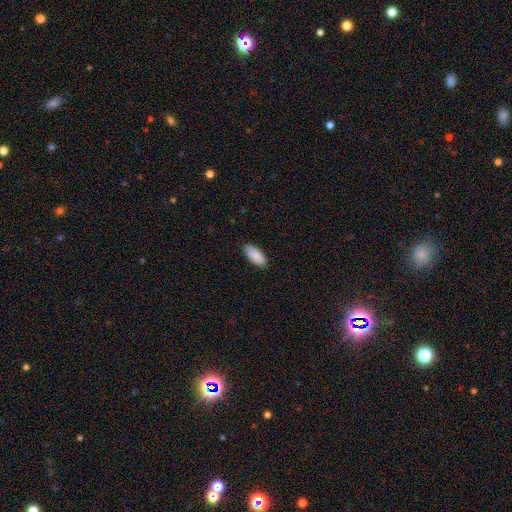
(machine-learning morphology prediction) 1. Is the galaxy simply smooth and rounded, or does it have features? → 87% smooth, 7% featured or disk, 6% star or artifact.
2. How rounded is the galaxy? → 86% in between, 12% cigar-shaped, 2% round.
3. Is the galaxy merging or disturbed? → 85% none, 12% minor disturbance, 2% major disturbance, 1% merger.